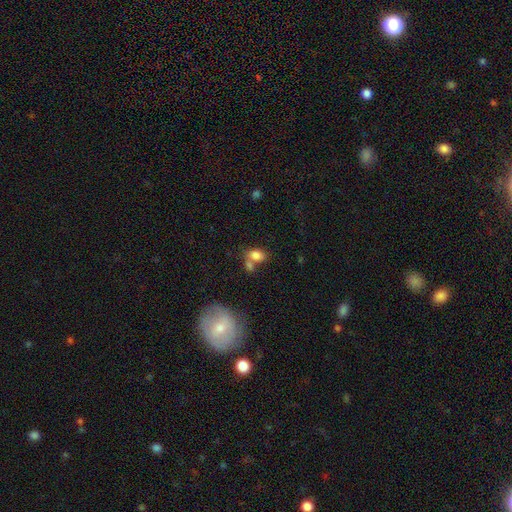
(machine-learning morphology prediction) Q: Smooth or featured?
A: smooth (81%); runner-up: star or artifact (10%)
Q: How rounded?
A: in between (83%); runner-up: round (15%)
Q: Merging?
A: none (43%); runner-up: merger (37%)